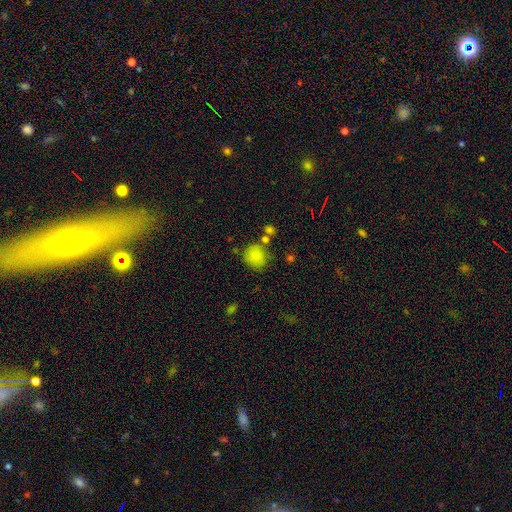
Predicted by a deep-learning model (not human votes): A smooth galaxy with no disk features (83%) that is round (82%).

Vote fractions:
- Smooth or featured? smooth: 83% / star or artifact: 10% / featured or disk: 7%
- How rounded? round: 82% / in between: 17% / cigar-shaped: 1%
- Merging? none: 71% / minor disturbance: 16% / merger: 9% / major disturbance: 5%